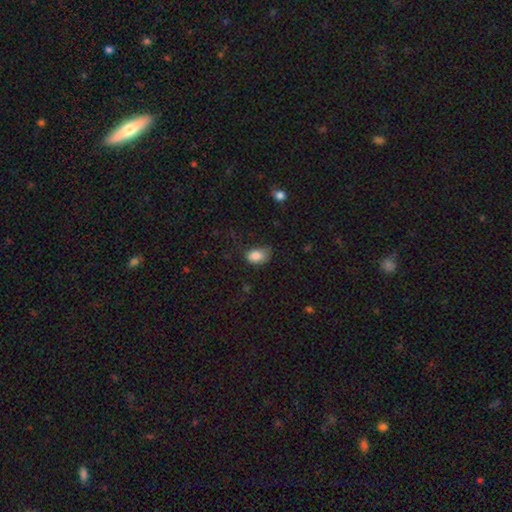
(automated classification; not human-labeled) Q: Smooth or featured?
A: smooth (84%); runner-up: star or artifact (9%)
Q: How rounded?
A: in between (79%); runner-up: round (20%)
Q: Merging?
A: none (48%); runner-up: minor disturbance (37%)